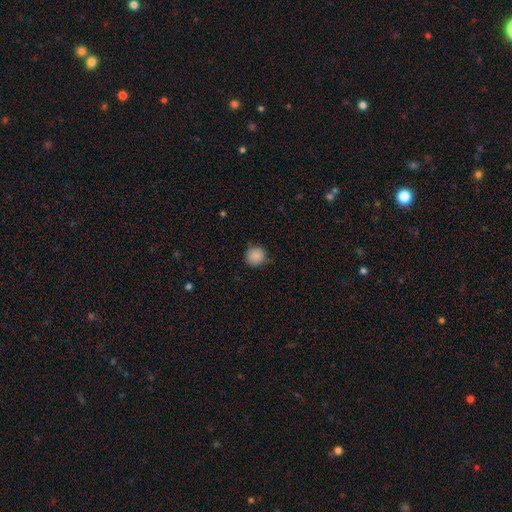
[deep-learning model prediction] The model was most divided on "merging": none: 75%, minor disturbance: 21%, major disturbance: 4%, merger: 1%. More confident: how rounded — round (89%); smooth or featured — smooth (87%).